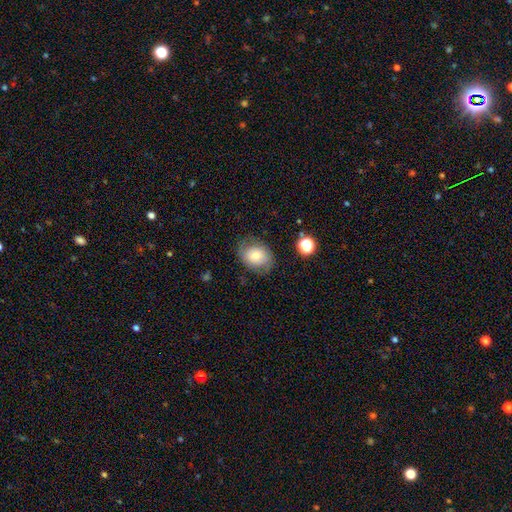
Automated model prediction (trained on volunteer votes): A smooth galaxy with no disk features (65%) that is in between round and cigar-shaped (53%). Merging: none (72%).